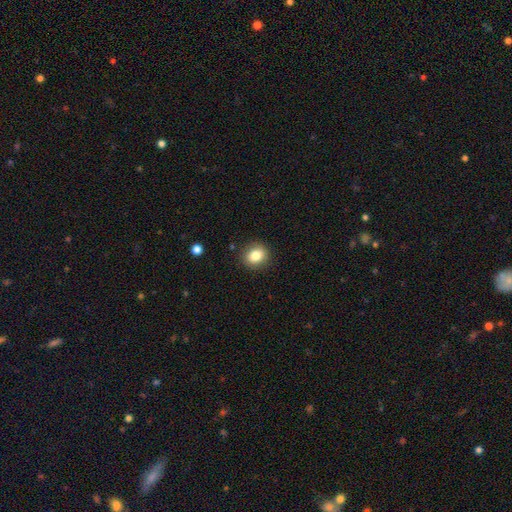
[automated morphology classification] This appears to be a smooth galaxy with no disk features (83%) that is round (74%). Merging: none (88%).